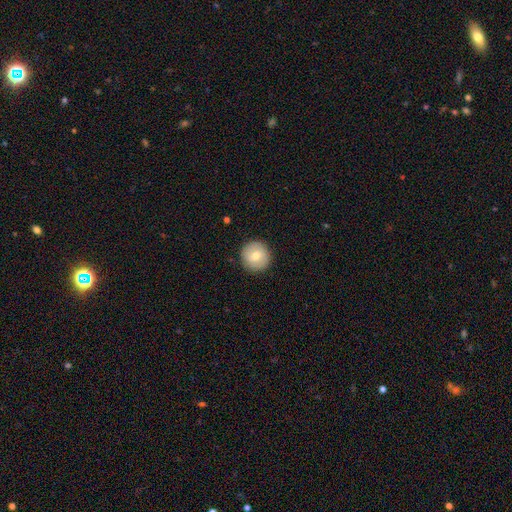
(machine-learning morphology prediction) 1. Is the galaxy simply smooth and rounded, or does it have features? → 67% smooth, 26% featured or disk, 7% star or artifact.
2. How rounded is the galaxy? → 95% round, 4% in between, 1% cigar-shaped.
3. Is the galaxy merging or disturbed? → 90% none, 7% minor disturbance, 2% major disturbance, 1% merger.